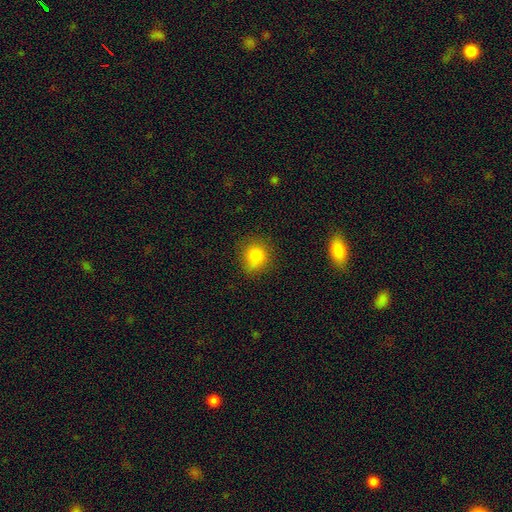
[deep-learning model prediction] Q: Smooth or featured?
A: smooth (81%); runner-up: star or artifact (12%)
Q: How rounded?
A: round (81%); runner-up: in between (18%)
Q: Merging?
A: none (82%); runner-up: minor disturbance (13%)